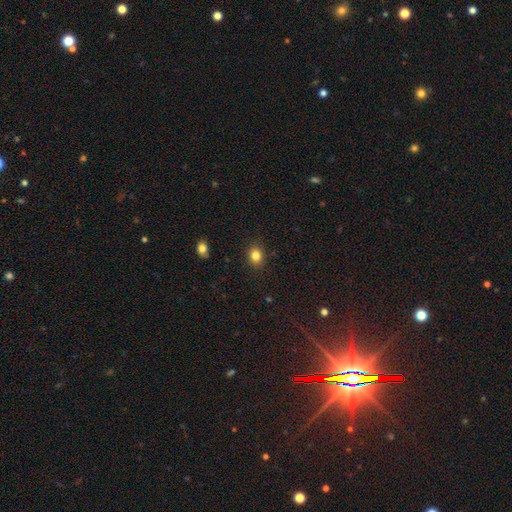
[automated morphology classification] type=smooth (84%); roundness=round (60%); merging=none (88%).